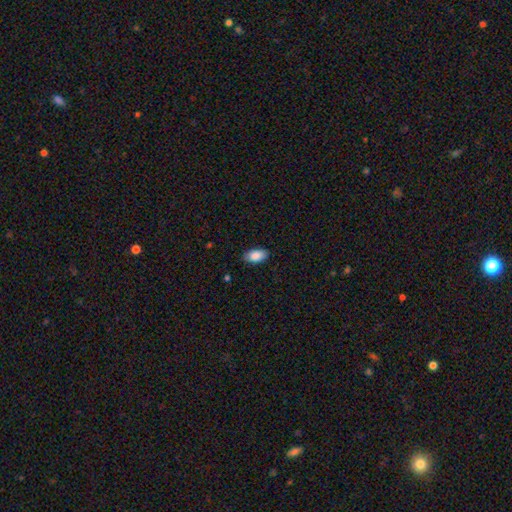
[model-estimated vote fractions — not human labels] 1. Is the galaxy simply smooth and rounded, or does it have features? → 89% smooth, 7% star or artifact, 5% featured or disk.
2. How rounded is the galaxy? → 94% in between, 3% round, 3% cigar-shaped.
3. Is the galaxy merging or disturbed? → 86% none, 11% minor disturbance, 2% major disturbance, 1% merger.